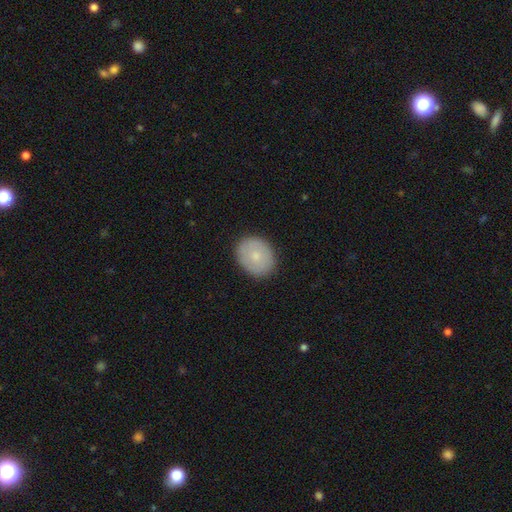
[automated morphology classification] type=smooth (73%); roundness=round (55%); merging=none (88%).